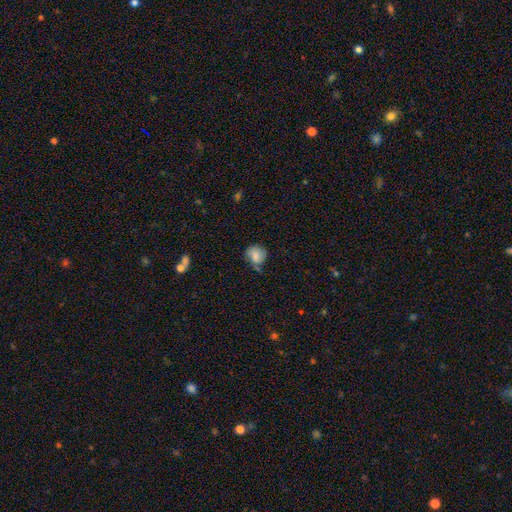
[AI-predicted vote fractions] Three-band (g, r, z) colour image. It shows a smooth galaxy with no disk features (77%) that is round (69%). Merging: none (47%).